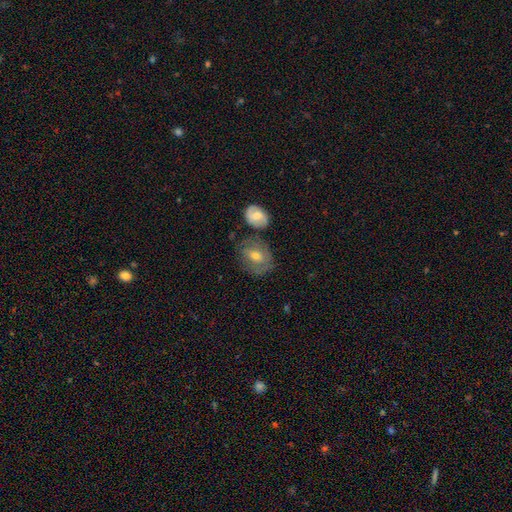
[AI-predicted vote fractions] Smooth or featured? smooth (51%)
How rounded? in between (51%)
Merging? none (56%)